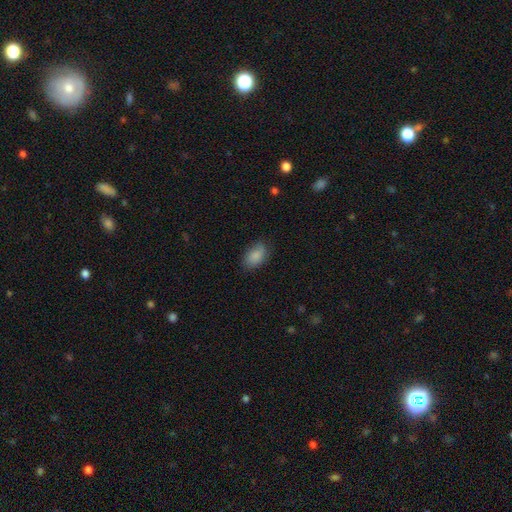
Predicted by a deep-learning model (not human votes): A smooth galaxy with no disk features (87%) that is in between round and cigar-shaped (91%). Merging: none (79%).